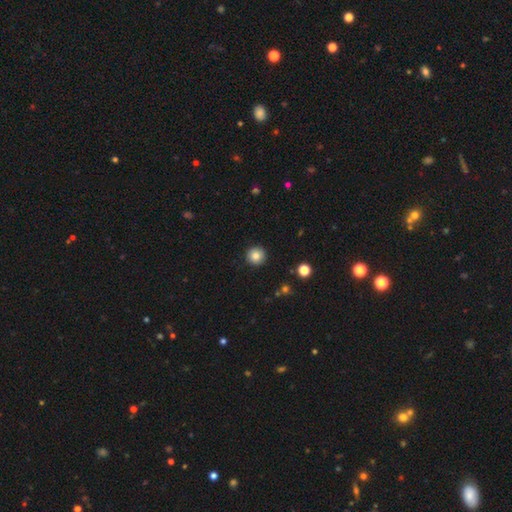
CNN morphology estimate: This is clearly a smooth galaxy (84%). How rounded: clearly round (95%). Merging: clearly none (92%).